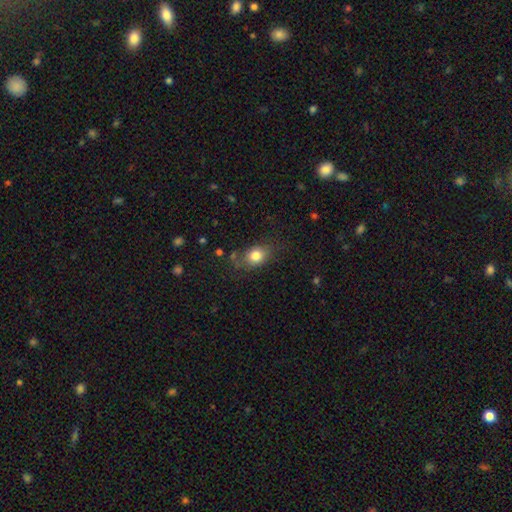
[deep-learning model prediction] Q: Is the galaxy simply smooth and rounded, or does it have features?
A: smooth — 81%.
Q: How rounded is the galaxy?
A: in between — 59%.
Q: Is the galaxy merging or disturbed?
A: none — 71%.